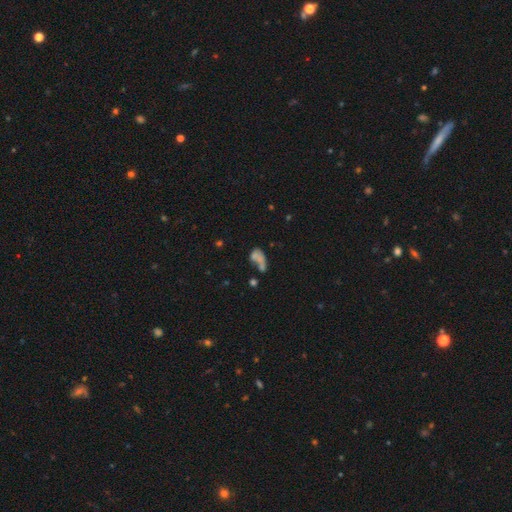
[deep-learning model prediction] smooth 55%, featured or disk 26%, star or artifact 19%. Down the decision tree: how rounded — in between (68%); merging — merger (39%).